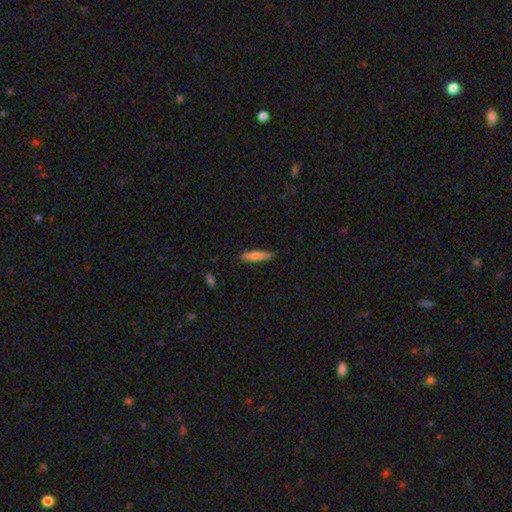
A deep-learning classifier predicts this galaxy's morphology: Smooth or featured? Predicted: smooth (p=0.68). How rounded? Predicted: cigar-shaped (p=0.82). Merging? Predicted: none (p=0.87).